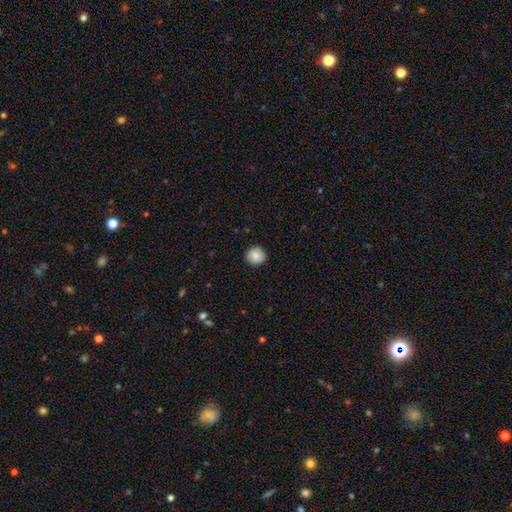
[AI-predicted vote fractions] Q: Smooth or featured?
A: smooth (85%); runner-up: star or artifact (8%)
Q: How rounded?
A: round (92%); runner-up: in between (7%)
Q: Merging?
A: none (90%); runner-up: minor disturbance (7%)